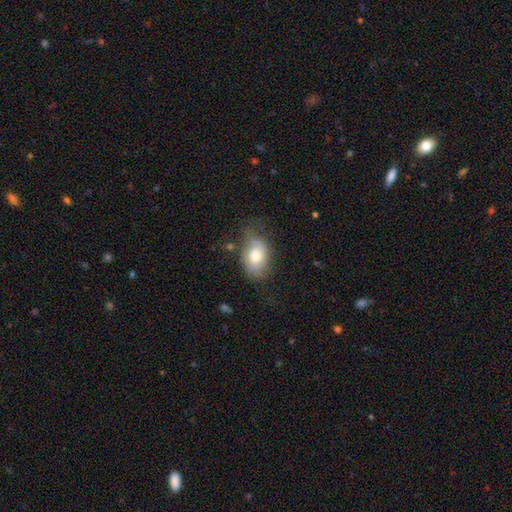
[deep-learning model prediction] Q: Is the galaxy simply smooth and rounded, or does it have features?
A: smooth — 65%.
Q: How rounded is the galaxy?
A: in between — 84%.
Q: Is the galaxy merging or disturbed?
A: none — 53%.